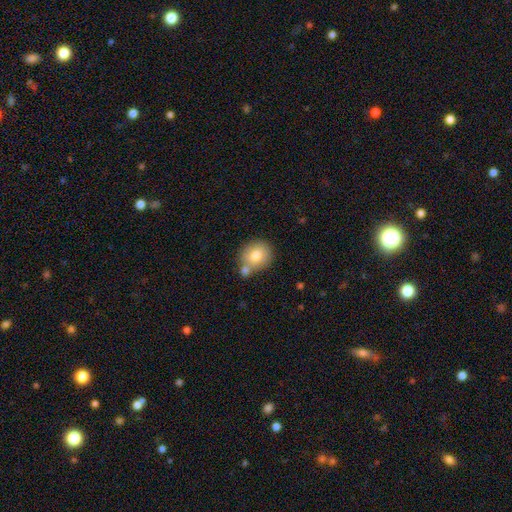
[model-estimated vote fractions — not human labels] Morphology: type=smooth (77%); roundness=round (78%); merging=none (58%).